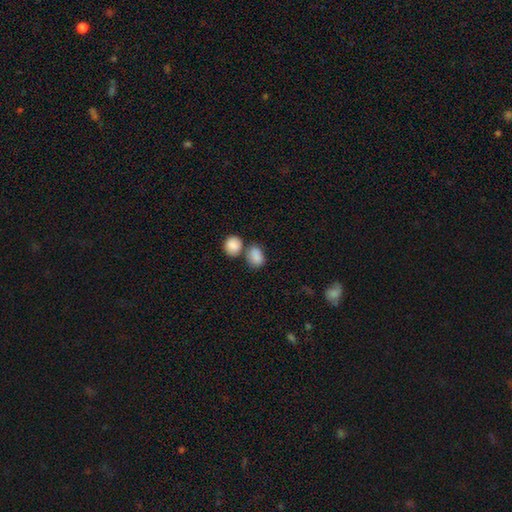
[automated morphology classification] smooth 86%, star or artifact 8%, featured or disk 6%. Down the decision tree: how rounded — in between (69%); merging — none (45%).